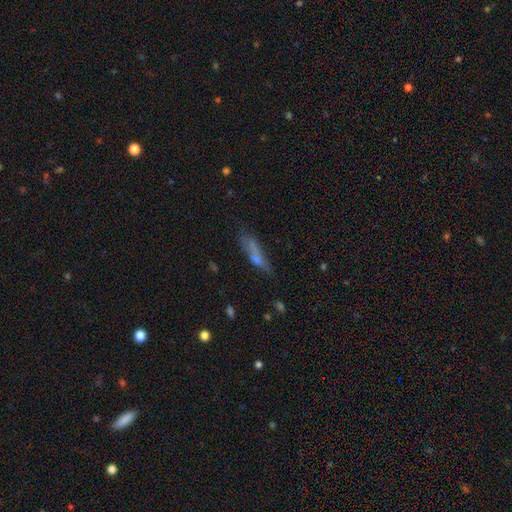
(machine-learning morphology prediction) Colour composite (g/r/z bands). It shows a smooth galaxy with no disk features (55%) that is cigar-shaped (69%). Merging: none (50%).